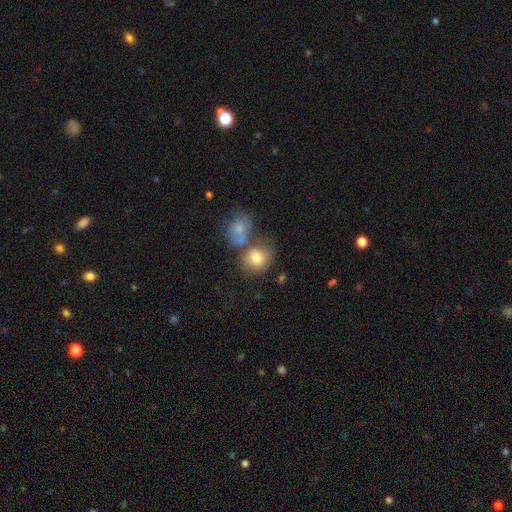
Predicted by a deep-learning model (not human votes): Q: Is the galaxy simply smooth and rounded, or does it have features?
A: smooth — 76%.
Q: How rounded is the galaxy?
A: round — 63%.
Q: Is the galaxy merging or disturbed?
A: none — 46%.